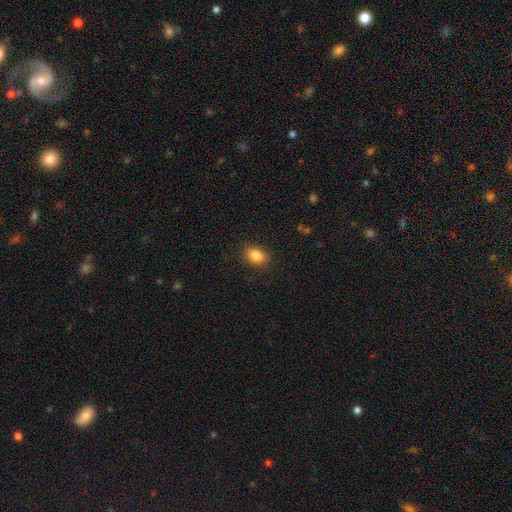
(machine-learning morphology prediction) smooth 85%, star or artifact 9%, featured or disk 6%. Down the decision tree: how rounded — in between (80%); merging — none (86%).